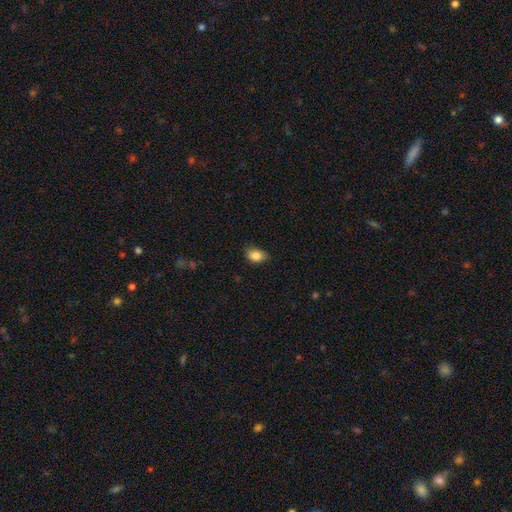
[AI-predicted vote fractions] A smooth galaxy with no disk features (86%) that is in between round and cigar-shaped (79%). Merging: none (75%).